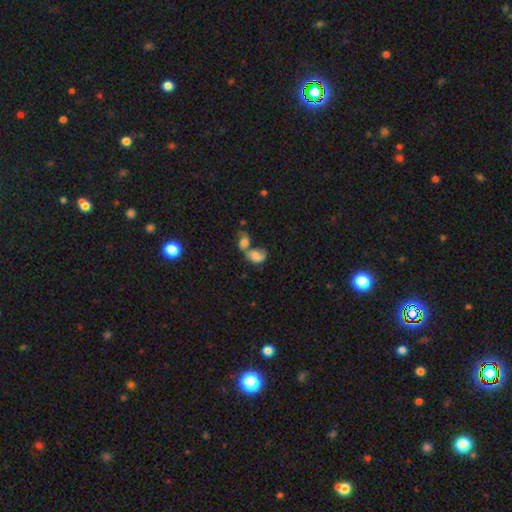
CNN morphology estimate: A smooth galaxy with no disk features (58%) that is in between round and cigar-shaped (67%). Merging: merger (70%).